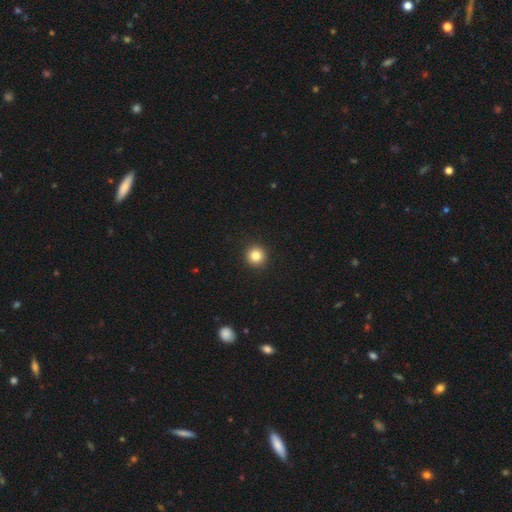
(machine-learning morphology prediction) The model was most divided on "smooth or featured": smooth: 84%, star or artifact: 11%, featured or disk: 5%. More confident: how rounded — round (95%); merging — none (93%).